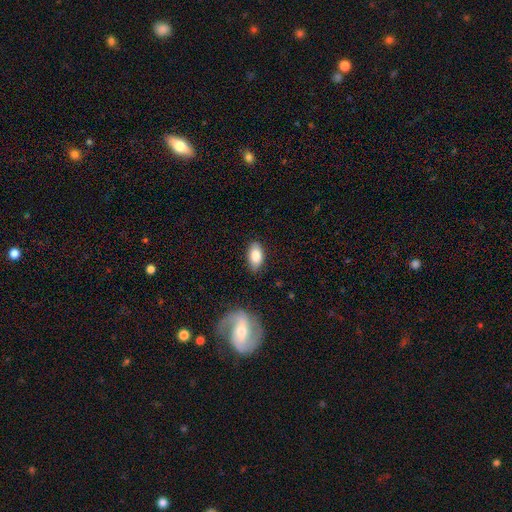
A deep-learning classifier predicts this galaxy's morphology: Q: Smooth or featured?
A: smooth (82%); runner-up: featured or disk (11%)
Q: How rounded?
A: in between (93%); runner-up: round (4%)
Q: Merging?
A: none (84%); runner-up: minor disturbance (12%)